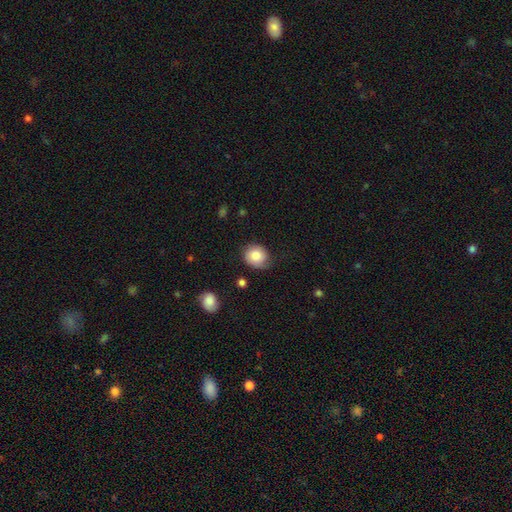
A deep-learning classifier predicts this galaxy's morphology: The model was most divided on "merging": none: 66%, minor disturbance: 25%, major disturbance: 7%, merger: 2%. More confident: how rounded — round (79%); smooth or featured — smooth (79%).